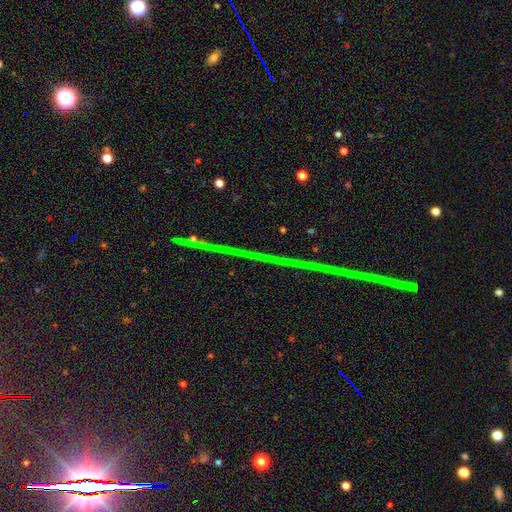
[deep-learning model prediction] Smooth or featured? star or artifact (83%)